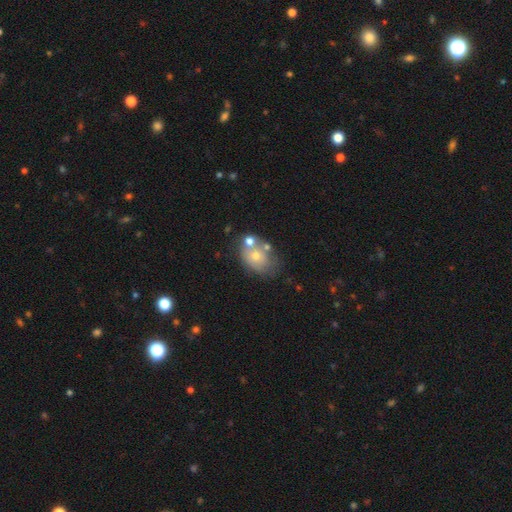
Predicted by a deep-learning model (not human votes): Overall: smooth (56%; featured or disk 33%). How rounded: in between (63%; round 36%). Merging: none (42%; merger 29%).